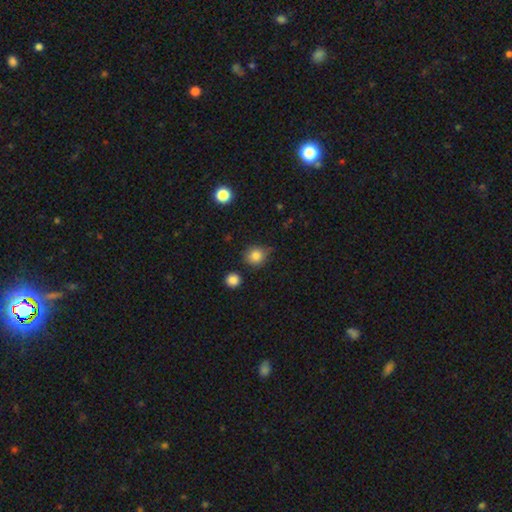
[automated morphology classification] smooth 83%, star or artifact 11%, featured or disk 6%. Down the decision tree: how rounded — round (85%); merging — none (71%).